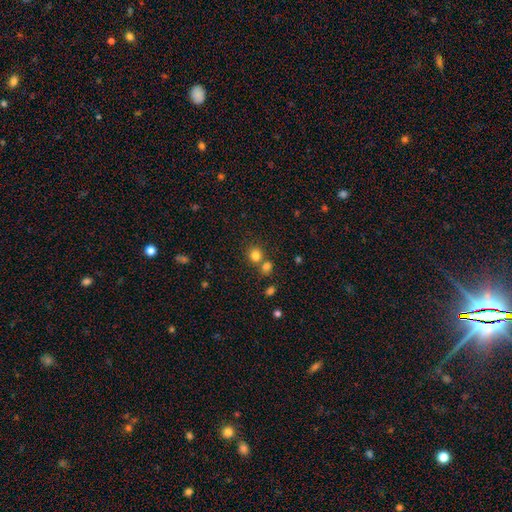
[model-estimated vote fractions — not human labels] Q: Smooth or featured?
A: smooth (80%); runner-up: star or artifact (13%)
Q: How rounded?
A: round (84%); runner-up: in between (15%)
Q: Merging?
A: none (59%); runner-up: merger (31%)